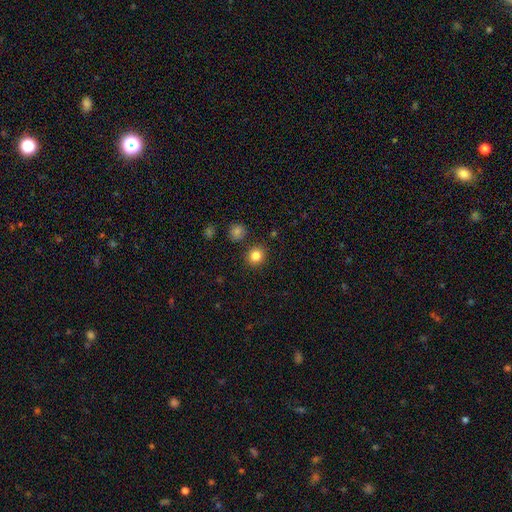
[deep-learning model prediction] Smooth or featured?
  - smooth: 83% *
  - star or artifact: 12%
  - featured or disk: 5%
How rounded?
  - round: 86% *
  - in between: 13%
  - cigar-shaped: 1%
Merging?
  - none: 88% *
  - minor disturbance: 6%
  - merger: 3%
  - major disturbance: 2%